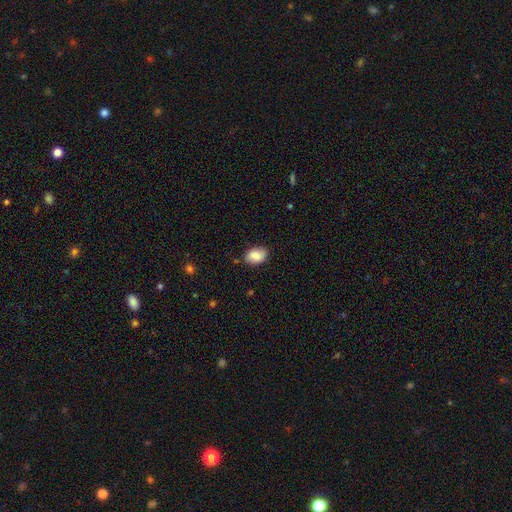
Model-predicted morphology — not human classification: The model was most divided on "how rounded": in between: 84%, round: 15%, cigar-shaped: 1%. More confident: smooth or featured — smooth (85%); merging — none (82%).